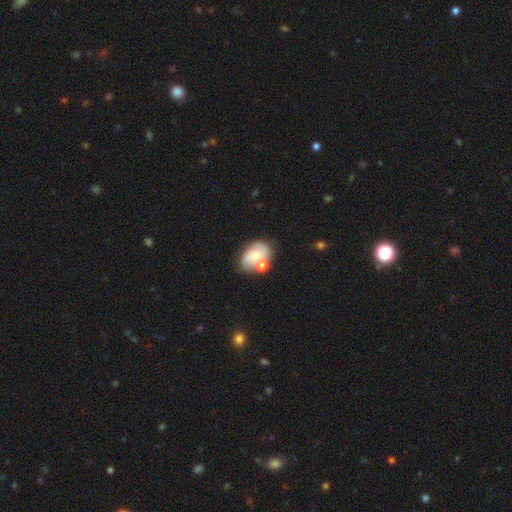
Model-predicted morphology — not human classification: A smooth galaxy with no disk features (53%) that is in between round and cigar-shaped (76%).

Vote fractions:
- Smooth or featured? smooth: 53% / featured or disk: 40% / star or artifact: 8%
- How rounded? in between: 76% / round: 23% / cigar-shaped: 1%
- Merging? none: 45% / merger: 31% / minor disturbance: 18% / major disturbance: 6%